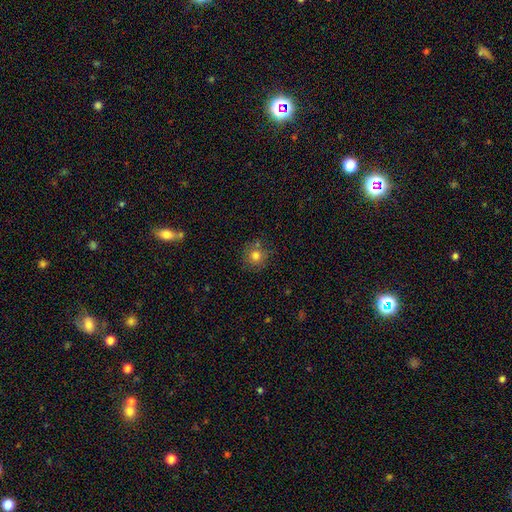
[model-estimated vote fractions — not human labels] A smooth galaxy with no disk features (78%) that is round (91%).

Vote fractions:
- Smooth or featured? smooth: 78% / star or artifact: 13% / featured or disk: 10%
- How rounded? round: 91% / in between: 8% / cigar-shaped: 1%
- Merging? none: 76% / minor disturbance: 13% / merger: 8% / major disturbance: 3%